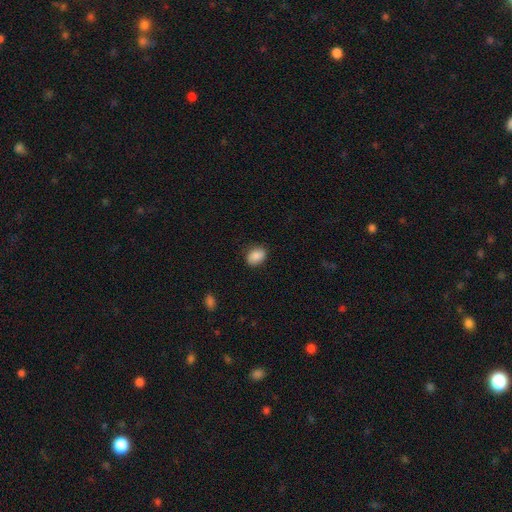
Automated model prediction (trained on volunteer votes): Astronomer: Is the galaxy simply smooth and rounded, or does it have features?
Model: smooth — 87%.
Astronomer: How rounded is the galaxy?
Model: in between — 74%.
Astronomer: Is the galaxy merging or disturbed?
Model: none — 83%.